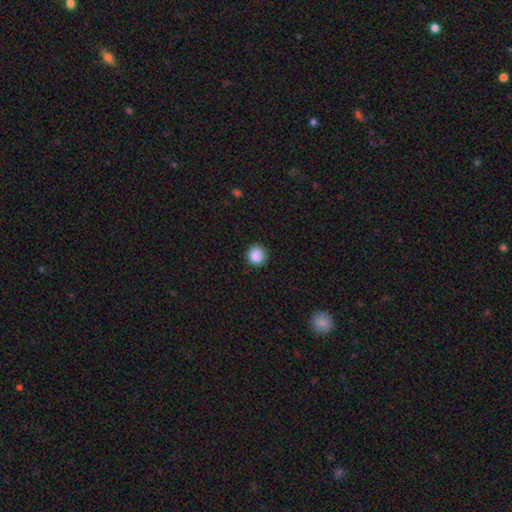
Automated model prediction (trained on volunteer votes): A smooth galaxy with no disk features (88%) that is round (92%).

Vote fractions:
- Smooth or featured? smooth: 88% / star or artifact: 9% / featured or disk: 3%
- How rounded? round: 92% / in between: 7% / cigar-shaped: 1%
- Merging? none: 88% / minor disturbance: 9% / major disturbance: 2% / merger: 1%